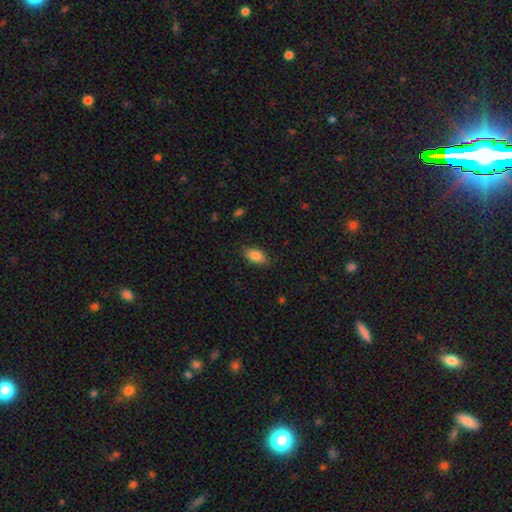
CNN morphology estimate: This is clearly a smooth galaxy (84%). How rounded: clearly in between (91%). Merging: clearly none (85%).